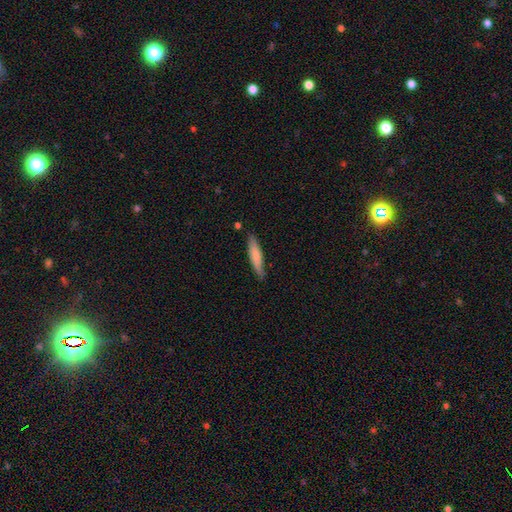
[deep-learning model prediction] smooth 72%, featured or disk 23%, star or artifact 6%. Down the decision tree: how rounded — cigar-shaped (83%); merging — none (80%).